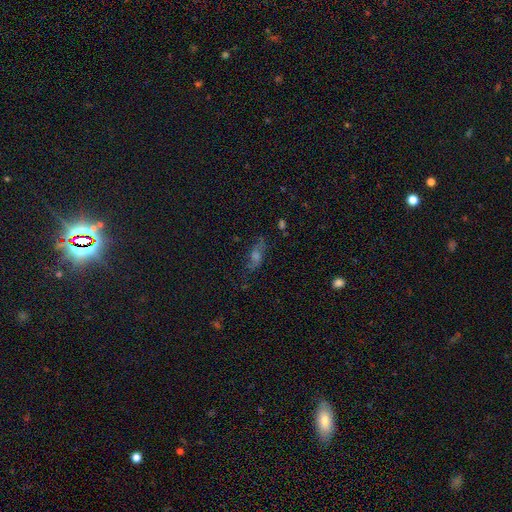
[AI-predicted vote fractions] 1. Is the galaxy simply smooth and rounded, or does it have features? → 39% featured or disk, 33% smooth, 29% star or artifact.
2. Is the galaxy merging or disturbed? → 71% none, 18% minor disturbance, 9% major disturbance, 3% merger.